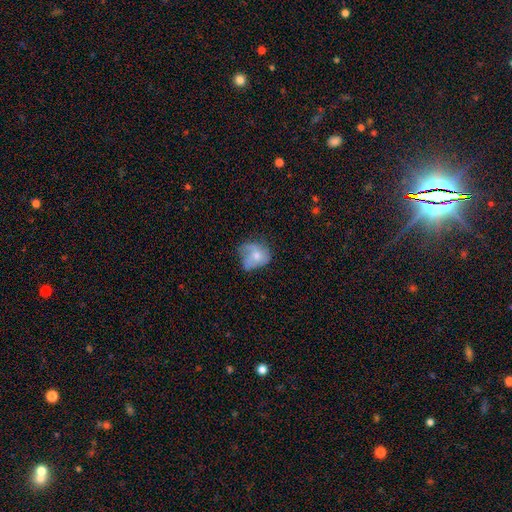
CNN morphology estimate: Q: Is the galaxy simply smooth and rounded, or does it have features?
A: smooth — 56%.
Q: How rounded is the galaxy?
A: round — 55%.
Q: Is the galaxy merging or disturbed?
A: none — 36%.